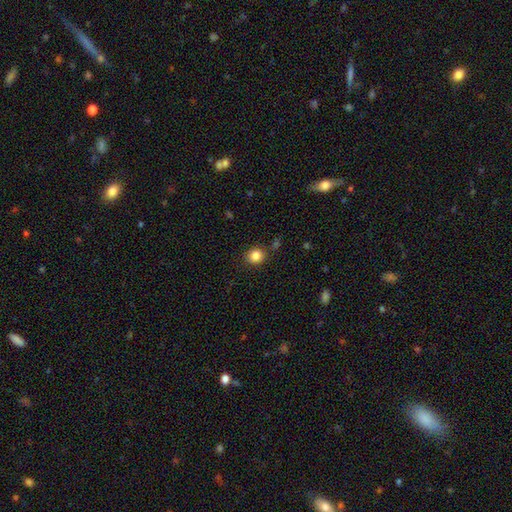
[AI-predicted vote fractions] Morphology: type=smooth (85%); roundness=round (80%); merging=none (84%).